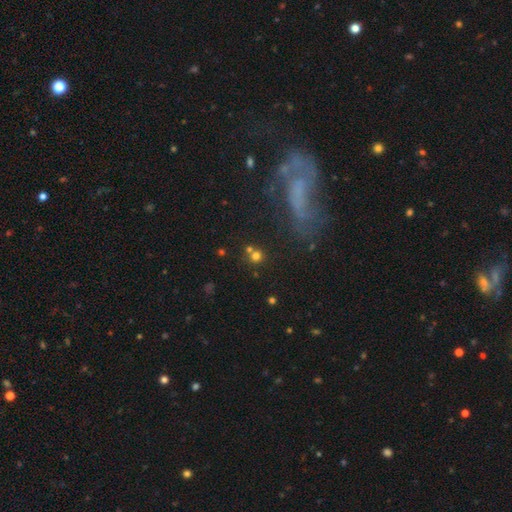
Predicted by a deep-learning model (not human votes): The model was most divided on "smooth or featured": smooth: 70%, star or artifact: 20%, featured or disk: 10%. More confident: how rounded — round (90%); merging — none (69%).